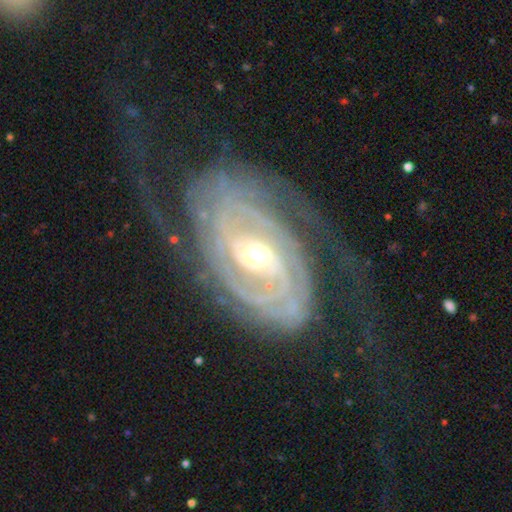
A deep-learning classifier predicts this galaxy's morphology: Smooth or featured? featured or disk (90%)
Edge-on disk? no (95%)
Bar? weak (42%)
Spiral arms? yes (95%)
Spiral winding? tight (63%)
Spiral arm count? 2 (43%)
Bulge size? moderate (65%)
Merging? none (63%)